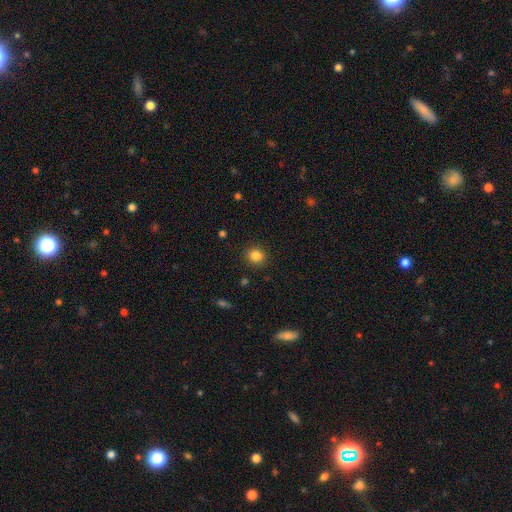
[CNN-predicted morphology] Smooth or featured: smooth — 85% (star or artifact — 11%)
How rounded: round — 75% (in between — 24%)
Merging: none — 89% (minor disturbance — 8%)